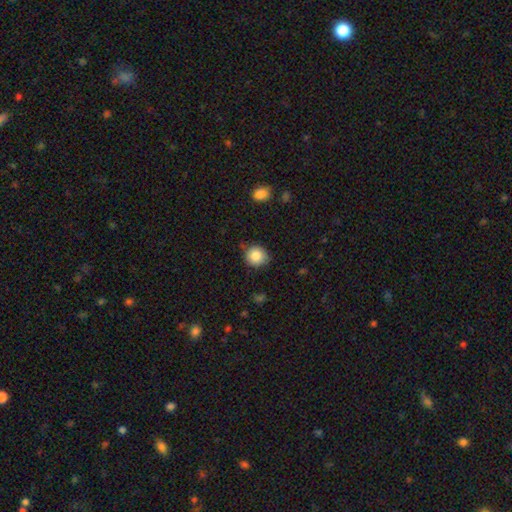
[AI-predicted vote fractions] The model was most divided on "merging": none: 81%, minor disturbance: 15%, major disturbance: 3%, merger: 2%. More confident: how rounded — round (89%); smooth or featured — smooth (84%).